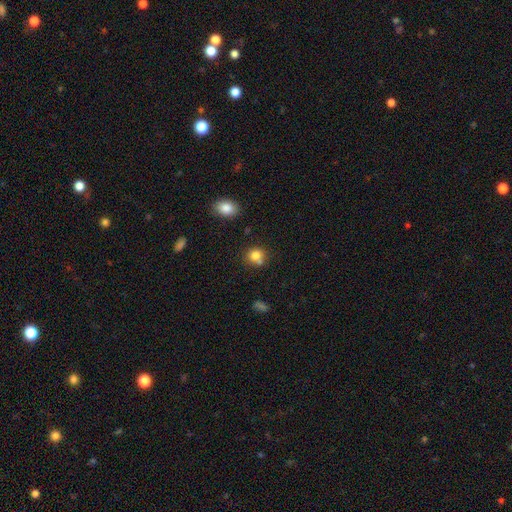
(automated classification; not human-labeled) Smooth or featured?
  - smooth: 80% *
  - star or artifact: 11%
  - featured or disk: 9%
How rounded?
  - round: 79% *
  - in between: 20%
  - cigar-shaped: 1%
Merging?
  - none: 60% *
  - merger: 23%
  - minor disturbance: 13%
  - major disturbance: 4%